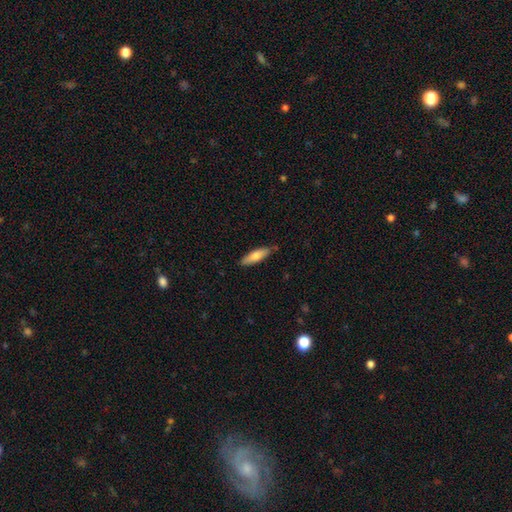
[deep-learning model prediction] This appears to be a smooth galaxy with no disk features (75%) that is cigar-shaped (60%). Merging: none (83%).